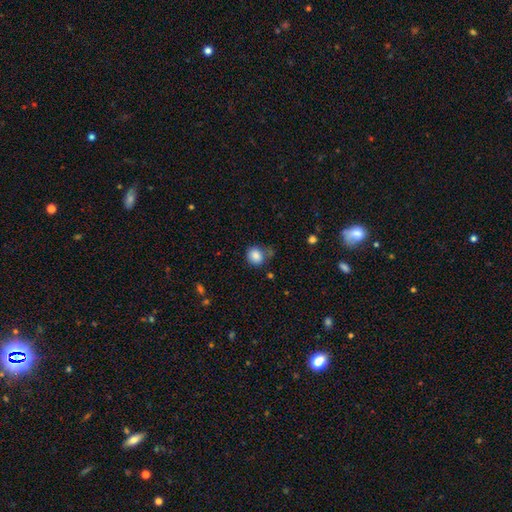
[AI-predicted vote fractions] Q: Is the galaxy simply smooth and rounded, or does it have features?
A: smooth — 85%.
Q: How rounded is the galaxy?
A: round — 71%.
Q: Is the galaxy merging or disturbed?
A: none — 68%.